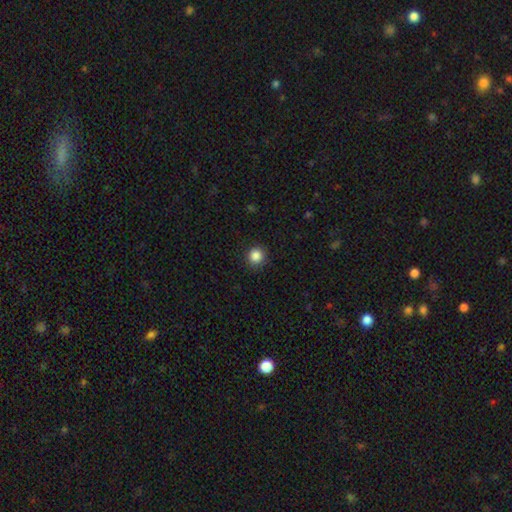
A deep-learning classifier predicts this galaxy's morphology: smooth-or-featured: smooth: 86% | star or artifact: 10% | featured or disk: 3%
  how-rounded: round: 93% | in between: 6% | cigar-shaped: 1%
  merging: none: 91% | minor disturbance: 6% | major disturbance: 2% | merger: 1%